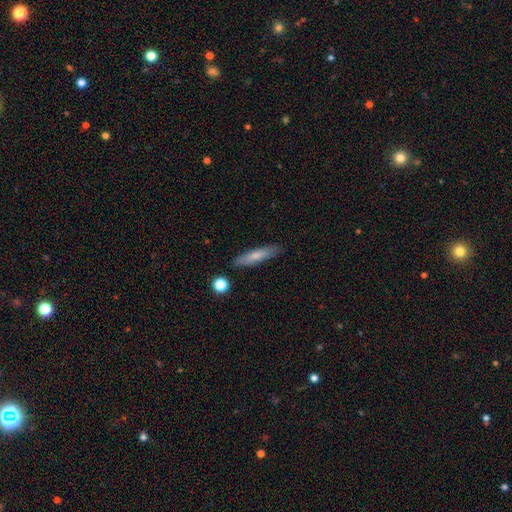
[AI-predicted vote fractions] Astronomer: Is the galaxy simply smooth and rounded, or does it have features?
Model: smooth — 69%.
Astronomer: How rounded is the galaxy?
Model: cigar-shaped — 84%.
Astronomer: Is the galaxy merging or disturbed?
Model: none — 84%.